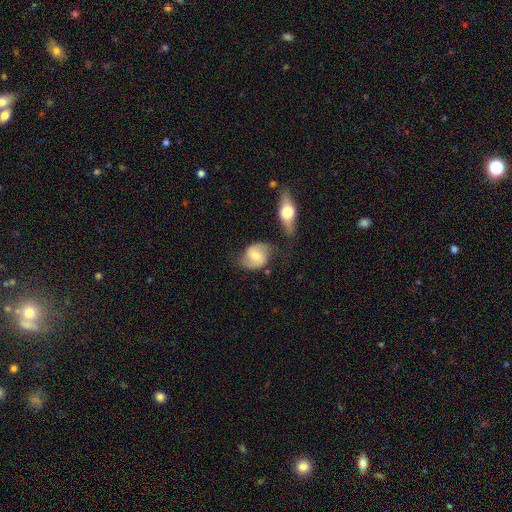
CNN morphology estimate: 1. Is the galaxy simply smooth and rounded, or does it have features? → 55% featured or disk, 38% smooth, 7% star or artifact.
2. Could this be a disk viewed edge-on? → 95% no, 5% yes.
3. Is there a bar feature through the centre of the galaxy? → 43% weak (tied), 43% no (tied), 14% strong.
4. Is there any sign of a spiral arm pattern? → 84% yes, 16% no.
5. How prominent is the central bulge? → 56% moderate, 36% small, 5% large, 3% none, 1% dominant.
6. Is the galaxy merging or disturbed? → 65% none, 20% minor disturbance, 8% merger, 7% major disturbance.